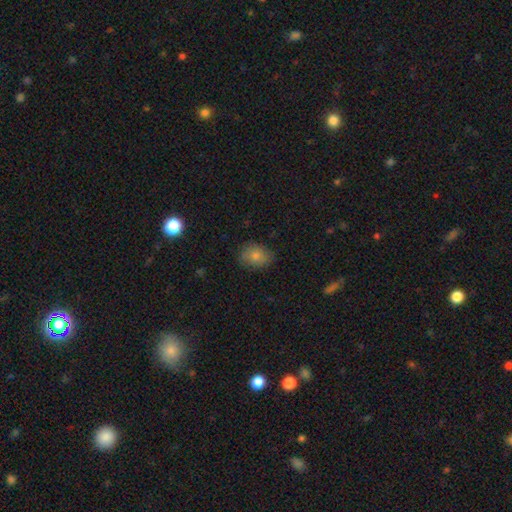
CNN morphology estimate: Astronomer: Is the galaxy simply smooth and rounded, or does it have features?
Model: smooth — 82%.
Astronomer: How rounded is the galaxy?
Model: in between — 68%.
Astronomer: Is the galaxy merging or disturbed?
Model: none — 81%.